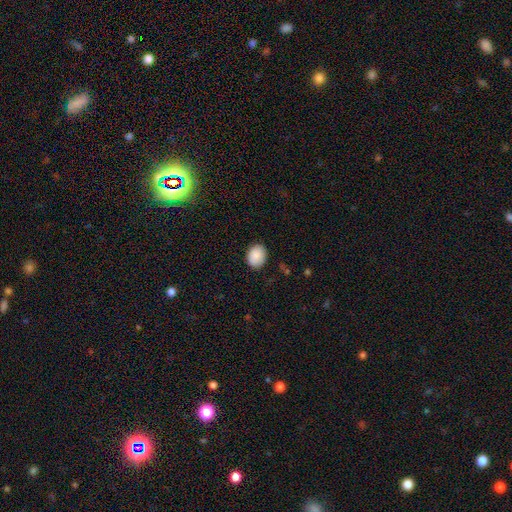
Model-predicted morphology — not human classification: Overall: smooth (89%). How rounded: in between (56%; round 43%). Merging: none (85%).